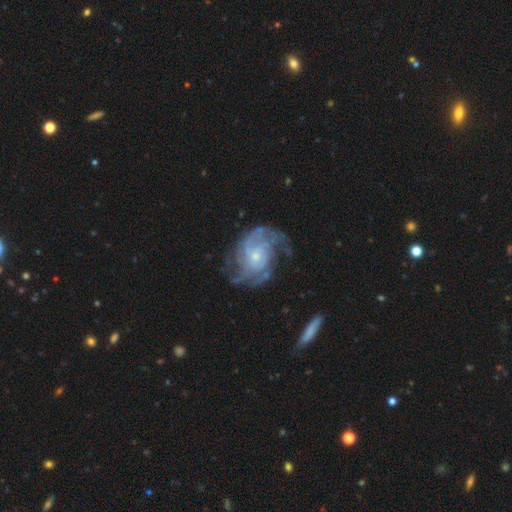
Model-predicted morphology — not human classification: Smooth or featured? Predicted: featured or disk (p=0.87). Edge-on disk? Predicted: no (p=0.97). Bar? Predicted: no (p=0.69). Spiral arms? Predicted: yes (p=0.95). Spiral winding? Predicted: tight (p=0.47). Spiral arm count? Predicted: can't tell (p=0.30). Bulge size? Predicted: small (p=0.68). Merging? Predicted: none (p=0.62).